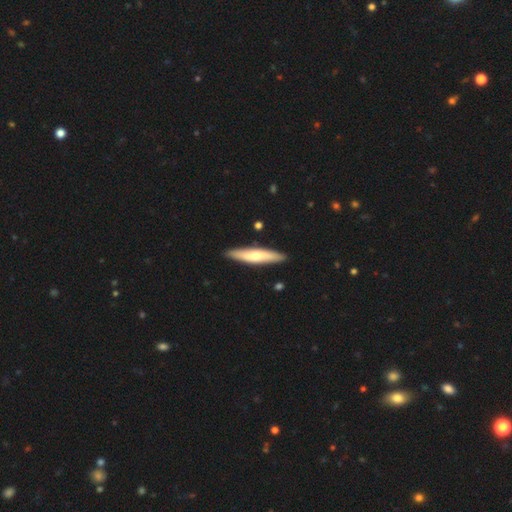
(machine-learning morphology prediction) smooth 56%, featured or disk 39%, star or artifact 5%. Down the decision tree: how rounded — cigar-shaped (85%); merging — none (89%).